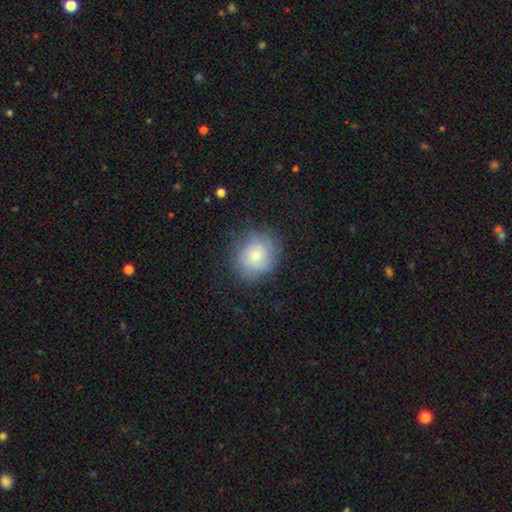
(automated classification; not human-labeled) This appears to be a smooth galaxy with no disk features (69%) that is round (79%). Merging: none (74%).